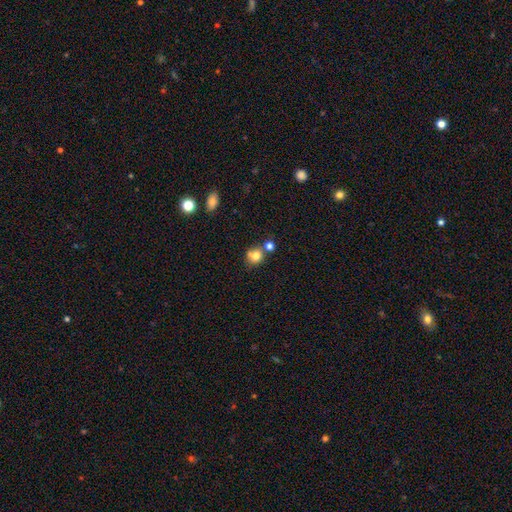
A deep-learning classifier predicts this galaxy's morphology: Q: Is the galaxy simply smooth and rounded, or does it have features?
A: smooth — 76%.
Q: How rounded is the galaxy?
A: round — 78%.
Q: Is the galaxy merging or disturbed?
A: none — 49%.